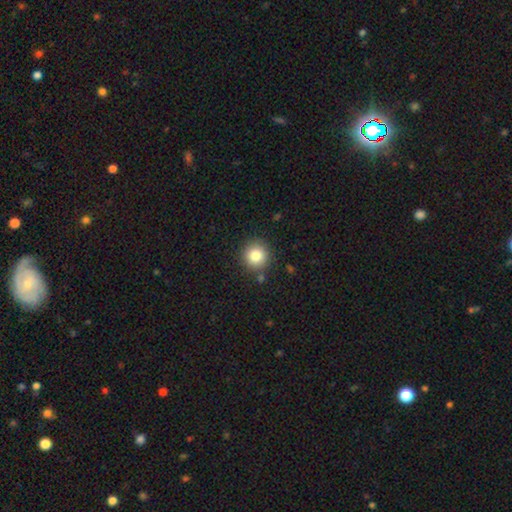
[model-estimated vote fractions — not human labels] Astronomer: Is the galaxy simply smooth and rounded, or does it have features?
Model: smooth — 82%.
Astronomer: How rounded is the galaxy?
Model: round — 93%.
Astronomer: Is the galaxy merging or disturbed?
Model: none — 87%.